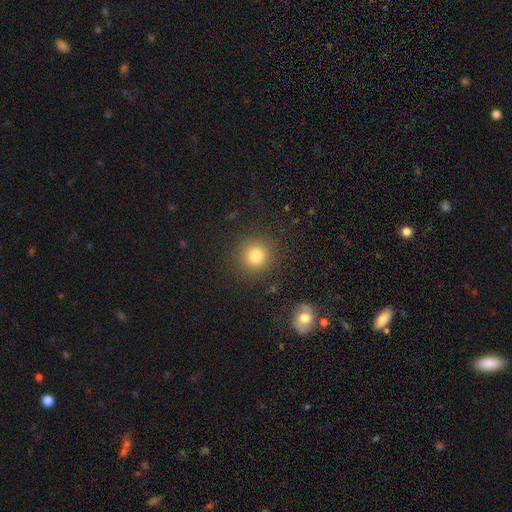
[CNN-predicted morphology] smooth-or-featured: smooth: 80% | star or artifact: 13% | featured or disk: 7%
  how-rounded: round: 93% | in between: 6% | cigar-shaped: 1%
  merging: none: 89% | minor disturbance: 7% | major disturbance: 3% | merger: 2%